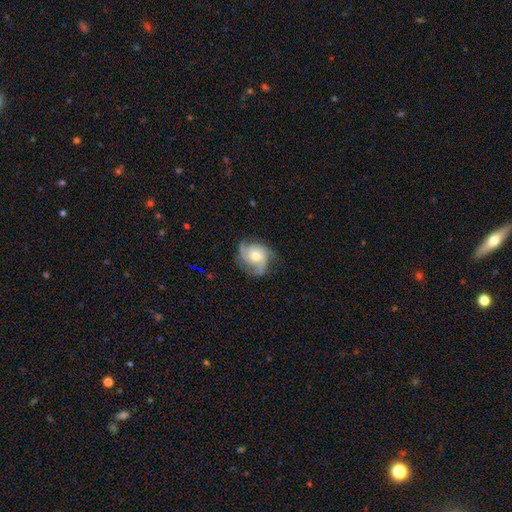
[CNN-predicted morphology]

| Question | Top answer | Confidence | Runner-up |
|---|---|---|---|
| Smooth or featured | featured or disk | 81% | smooth (13%) |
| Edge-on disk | no | 98% | yes (2%) |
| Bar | no | 78% | weak (18%) |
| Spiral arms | yes | 96% | no (4%) |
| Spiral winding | medium | 46% | tight (38%) |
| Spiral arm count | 3 | 62% | 2 (13%) |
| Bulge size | moderate | 64% | small (27%) |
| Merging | none | 71% | minor disturbance (20%) |